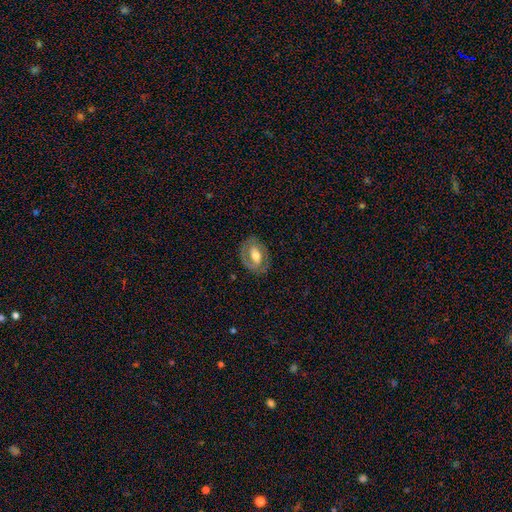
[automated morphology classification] featured or disk 61%, smooth 33%, star or artifact 6%. Down the decision tree: edge-on disk — no (94%); bar — weak (39%); spiral arms — yes (55%); bulge size — moderate (67%); merging — none (77%).